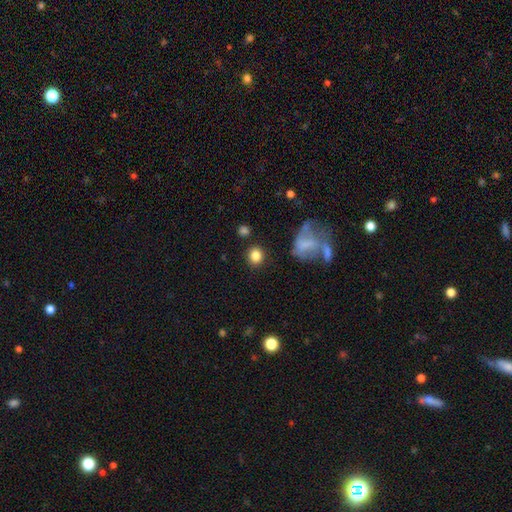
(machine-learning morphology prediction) Smooth or featured? smooth (84%)
How rounded? round (80%)
Merging? none (84%)